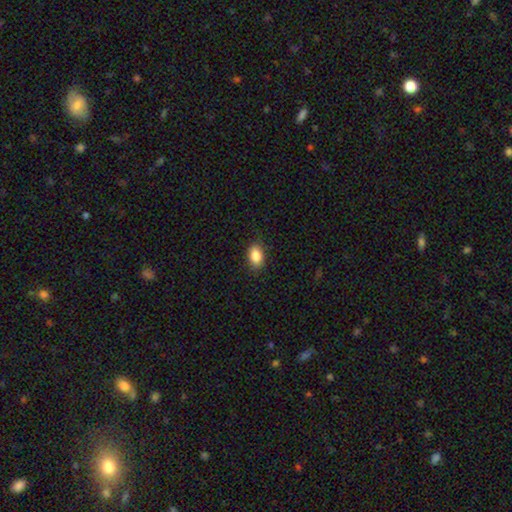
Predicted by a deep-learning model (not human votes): This appears to be a smooth galaxy with no disk features (86%) that is in between round and cigar-shaped (86%). Merging: none (85%).